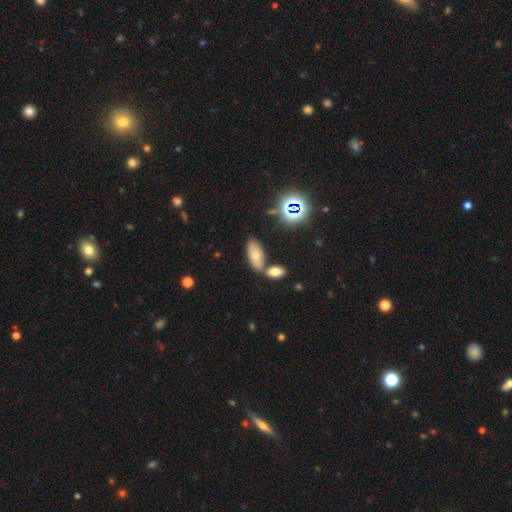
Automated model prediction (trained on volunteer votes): smooth-or-featured: smooth: 63% | featured or disk: 21% | star or artifact: 16%
  how-rounded: in between: 88% | cigar-shaped: 8% | round: 4%
  merging: none: 61% | merger: 24% | minor disturbance: 12% | major disturbance: 4%